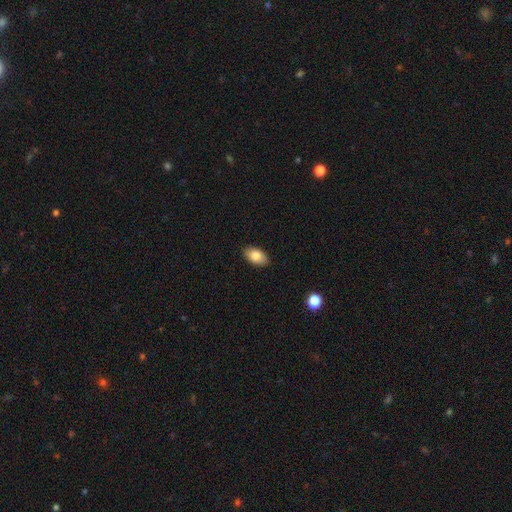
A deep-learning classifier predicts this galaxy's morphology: Smooth or featured: smooth — 84% (featured or disk — 9%)
How rounded: in between — 93% (round — 5%)
Merging: none — 88% (minor disturbance — 9%)